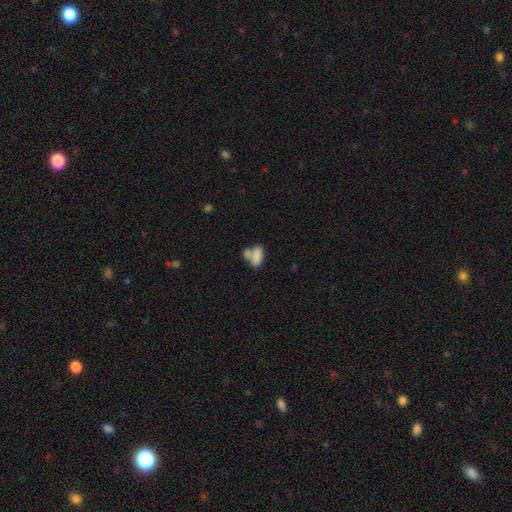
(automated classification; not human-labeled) smooth 79%, featured or disk 12%, star or artifact 9%. Down the decision tree: how rounded — in between (90%); merging — merger (50%).